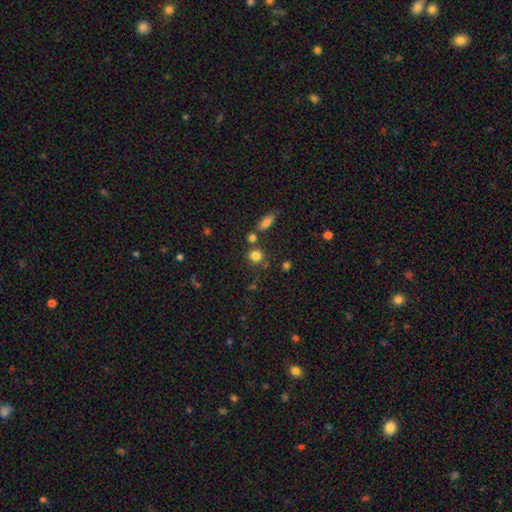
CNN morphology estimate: Overall: smooth (81%). How rounded: round (86%). Merging: none (70%).